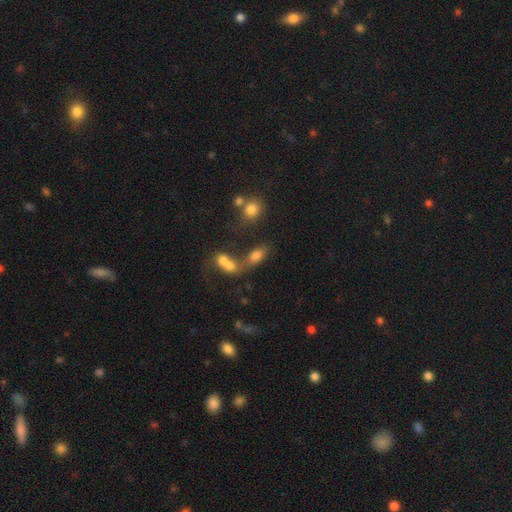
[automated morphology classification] smooth 74%, featured or disk 13%, star or artifact 13%. Down the decision tree: how rounded — in between (82%); merging — merger (44%).